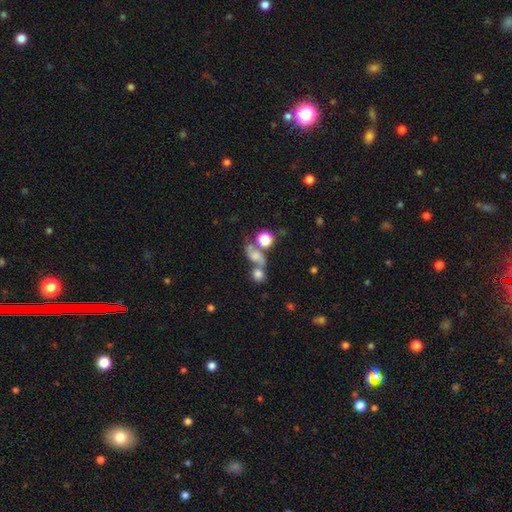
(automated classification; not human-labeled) smooth 49%, featured or disk 33%, star or artifact 17%. Down the decision tree: merging — merger (47%).